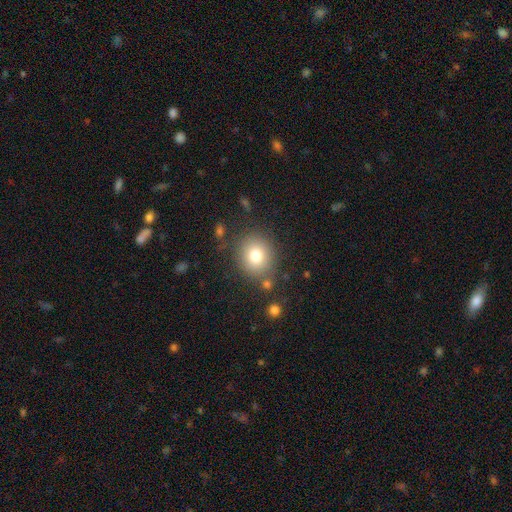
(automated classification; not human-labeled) Morphology: type=smooth (77%); roundness=round (79%); merging=none (81%).